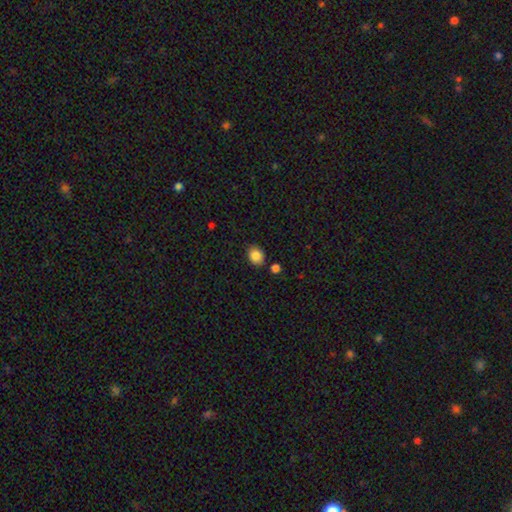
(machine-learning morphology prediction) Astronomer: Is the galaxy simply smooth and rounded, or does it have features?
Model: smooth — 86%.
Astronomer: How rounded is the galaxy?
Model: in between — 52% (runner-up: round, 47%).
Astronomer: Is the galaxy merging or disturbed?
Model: none — 82%.